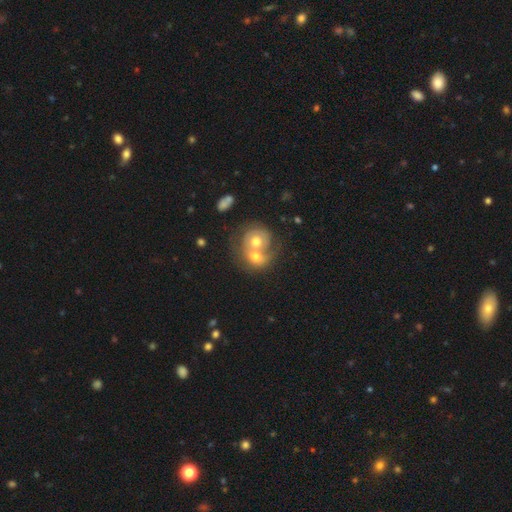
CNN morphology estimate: Smooth or featured? Predicted: featured or disk (p=0.47). Merging? Predicted: merger (p=0.75).